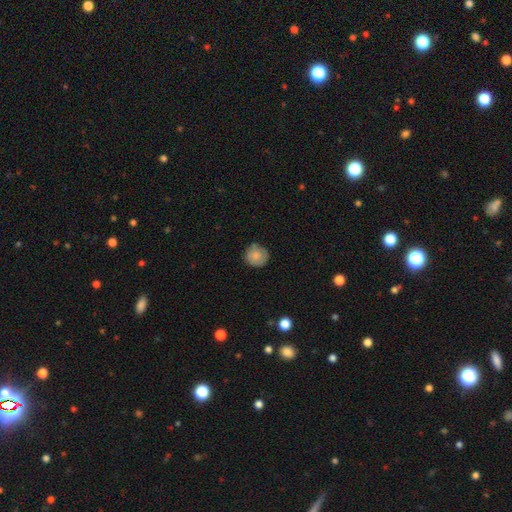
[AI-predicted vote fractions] This appears to be a smooth galaxy with no disk features (78%) that is round (91%). Merging: none (76%).